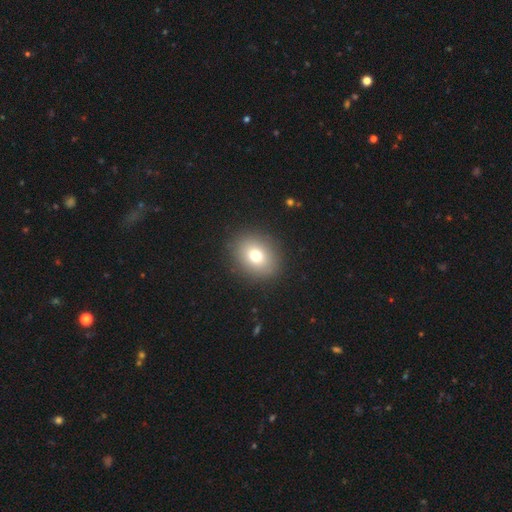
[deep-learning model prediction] smooth 76%, featured or disk 12%, star or artifact 12%. Down the decision tree: how rounded — round (57%); merging — none (89%).